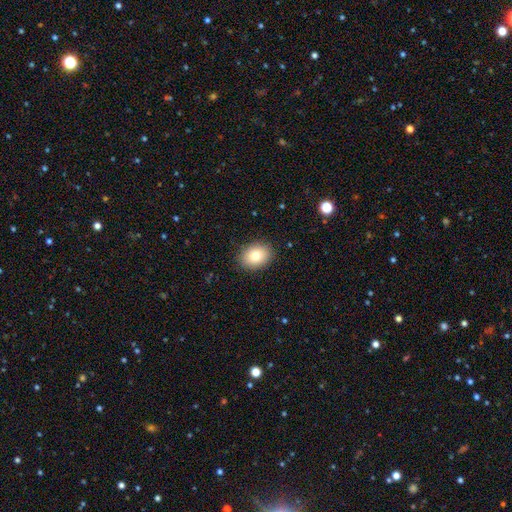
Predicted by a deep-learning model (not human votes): Smooth or featured?
  - smooth: 80% *
  - featured or disk: 10%
  - star or artifact: 9%
How rounded?
  - in between: 63% *
  - round: 36%
  - cigar-shaped: 1%
Merging?
  - none: 88% *
  - minor disturbance: 9%
  - major disturbance: 2%
  - merger: 1%